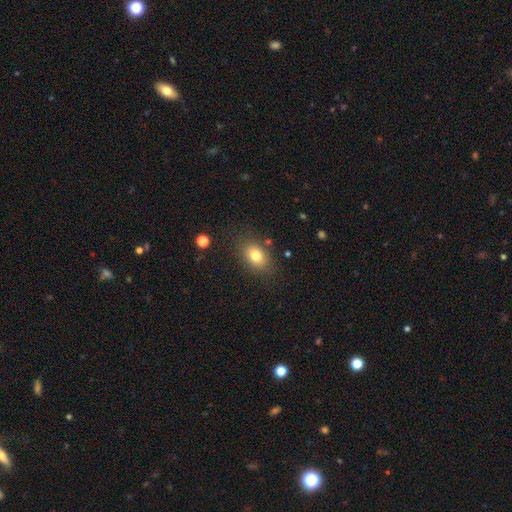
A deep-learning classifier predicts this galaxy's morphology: A smooth galaxy with no disk features (79%) that is in between round and cigar-shaped (77%).

Vote fractions:
- Smooth or featured? smooth: 79% / featured or disk: 11% / star or artifact: 10%
- How rounded? in between: 77% / round: 22% / cigar-shaped: 1%
- Merging? none: 81% / minor disturbance: 13% / major disturbance: 4% / merger: 2%